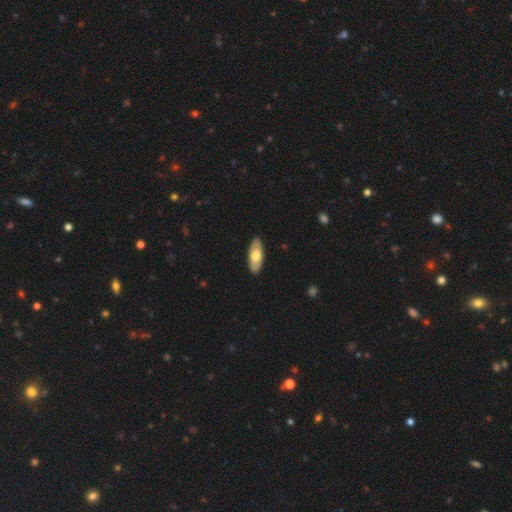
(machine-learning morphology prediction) This appears to be a smooth galaxy with no disk features (61%) that is in between round and cigar-shaped (83%). Merging: none (89%).